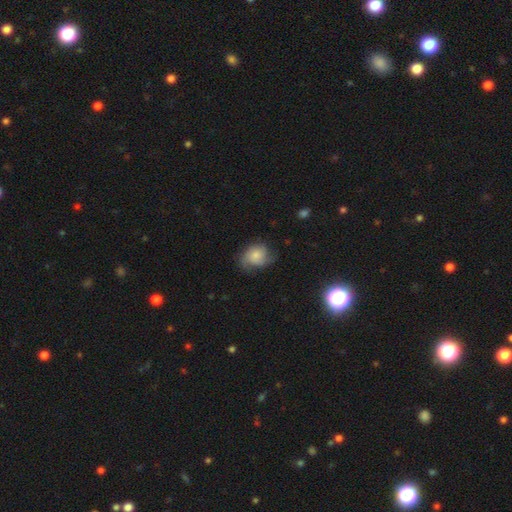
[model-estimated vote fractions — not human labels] Morphology: type=smooth (60%); roundness=round (53%); merging=none (56%).